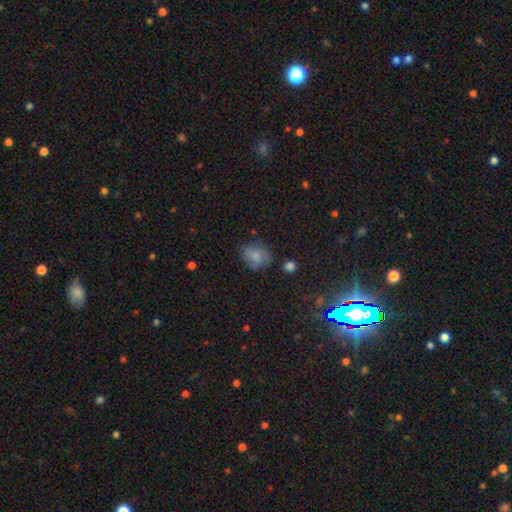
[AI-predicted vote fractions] Morphology: type=smooth (70%); roundness=in between (50%); merging=none (59%).